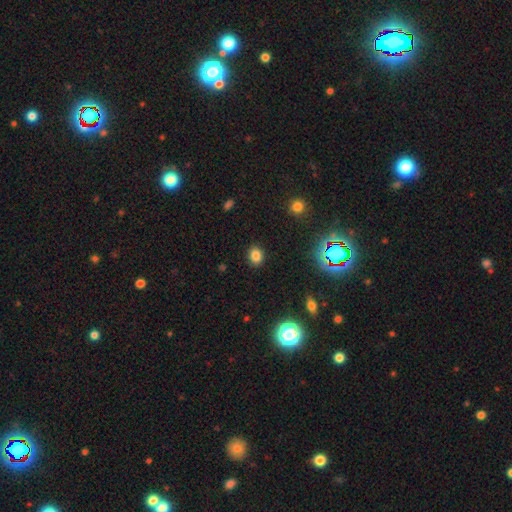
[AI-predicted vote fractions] The model was most divided on "how rounded": round: 54%, in between: 45%, cigar-shaped: 1%. More confident: merging — none (88%); smooth or featured — smooth (81%).